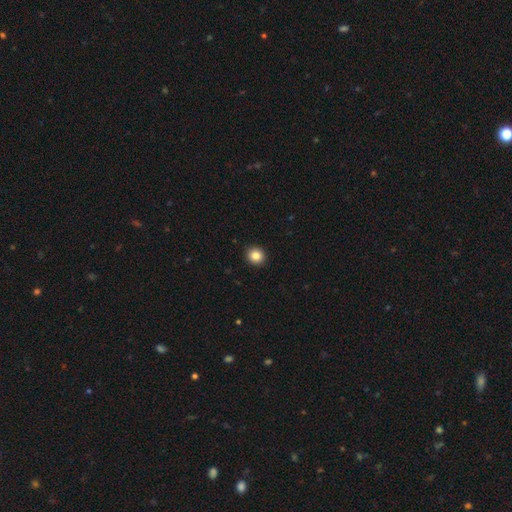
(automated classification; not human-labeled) Morphology: type=smooth (85%); roundness=round (87%); merging=none (93%).